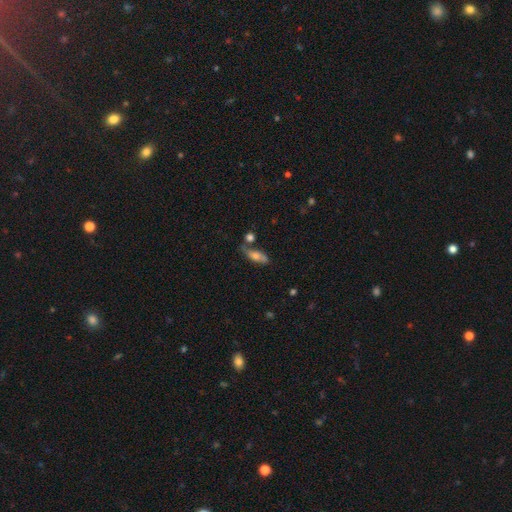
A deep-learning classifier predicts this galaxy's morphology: This appears to be a smooth galaxy with no disk features (52%) that is in between round and cigar-shaped (62%). Merging: none (55%).